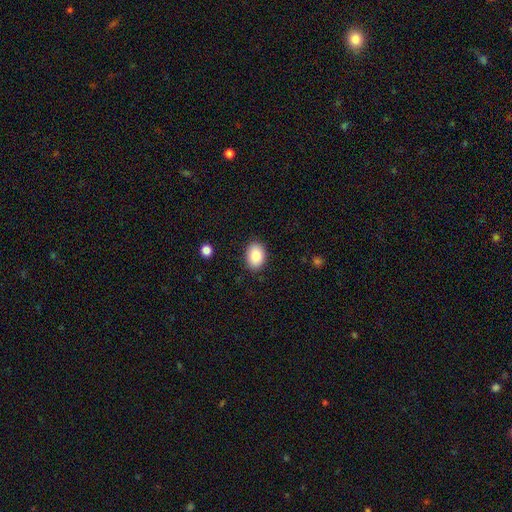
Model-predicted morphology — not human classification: Smooth or featured? Predicted: smooth (p=0.88). How rounded? Predicted: in between (p=0.78). Merging? Predicted: none (p=0.87).